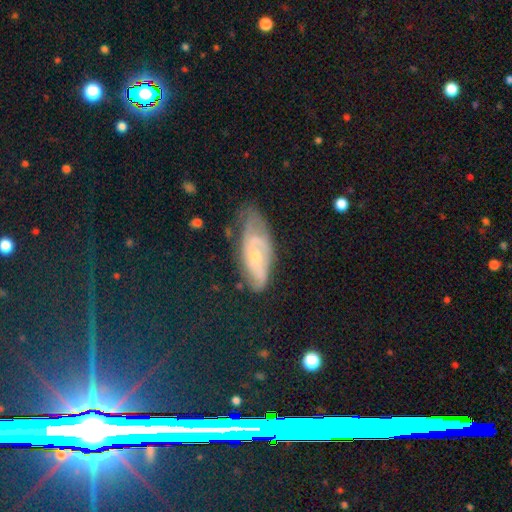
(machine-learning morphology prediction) This appears to be a featured or disk galaxy (66%) with no bar (71%), spiral arms (82%) and a small central bulge (61%). Merging: none (43%).